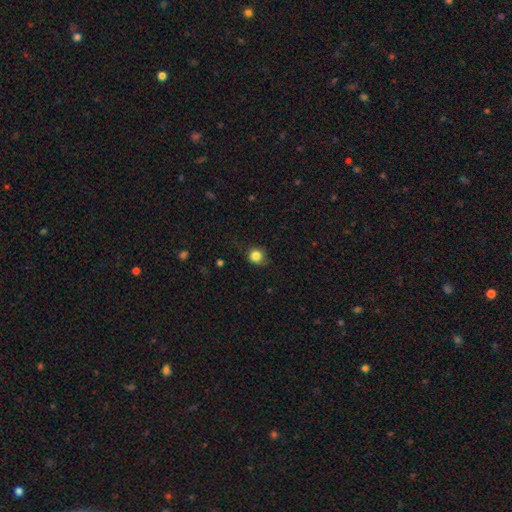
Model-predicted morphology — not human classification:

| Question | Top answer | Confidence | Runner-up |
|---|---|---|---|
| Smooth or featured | smooth | 83% | star or artifact (11%) |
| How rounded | round | 82% | in between (17%) |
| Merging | none | 72% | minor disturbance (22%) |